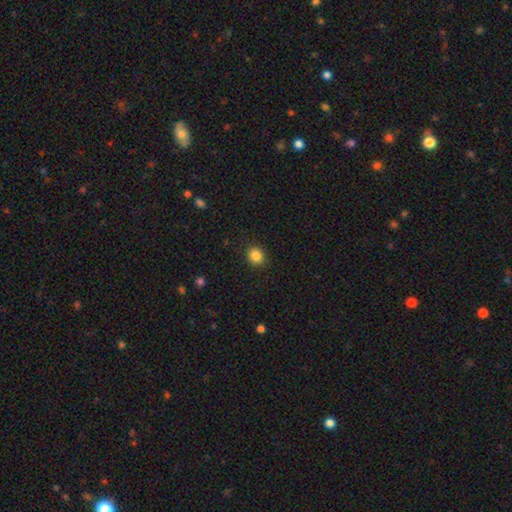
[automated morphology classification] Smooth or featured: smooth — 85% (star or artifact — 11%)
How rounded: round — 73% (in between — 26%)
Merging: none — 89% (minor disturbance — 8%)